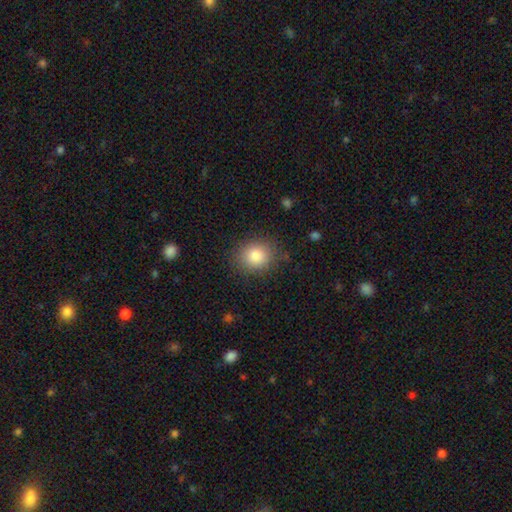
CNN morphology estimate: This is clearly a smooth galaxy (83%). How rounded: likely round (72%). Merging: clearly none (84%).